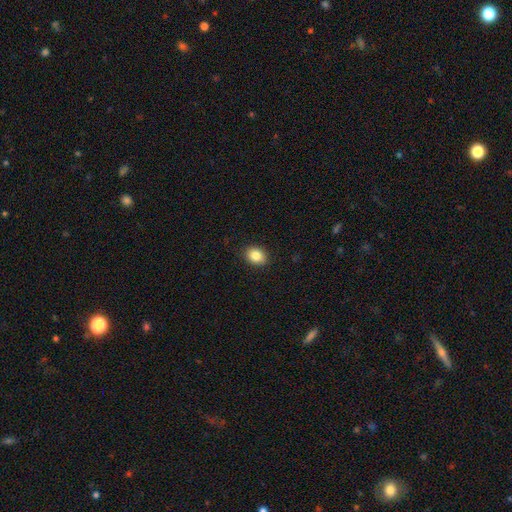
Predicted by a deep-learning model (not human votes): Smooth or featured? Predicted: smooth (p=0.85). How rounded? Predicted: in between (p=0.62). Merging? Predicted: none (p=0.90).